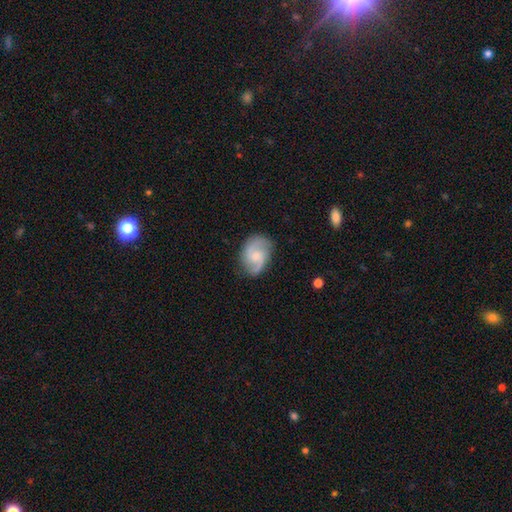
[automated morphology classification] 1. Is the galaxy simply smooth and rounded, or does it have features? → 77% featured or disk, 18% smooth, 6% star or artifact.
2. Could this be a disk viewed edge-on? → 98% no, 2% yes.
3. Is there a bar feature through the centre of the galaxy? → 57% no, 38% weak, 5% strong.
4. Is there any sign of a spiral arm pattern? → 96% yes, 4% no.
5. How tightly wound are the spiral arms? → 52% medium, 29% loose, 20% tight.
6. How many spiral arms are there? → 89% 2, 5% can't tell, 2% 1, 2% 3, 1% 4, 1% more than 4.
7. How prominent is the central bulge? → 48% small, 41% moderate, 7% none, 3% large, 1% dominant.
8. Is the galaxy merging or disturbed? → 78% none, 16% minor disturbance, 5% major disturbance, 1% merger.